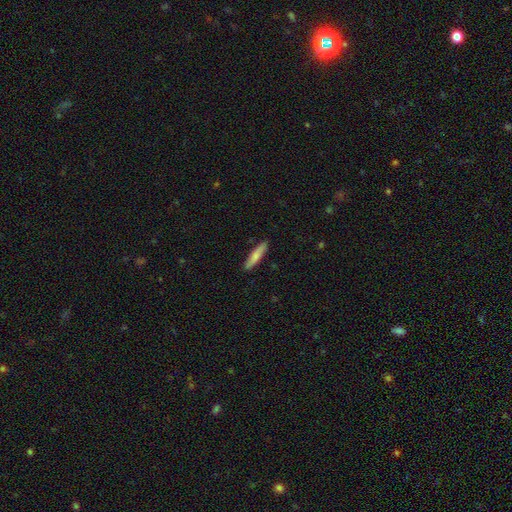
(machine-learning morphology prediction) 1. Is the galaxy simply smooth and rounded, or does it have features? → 74% smooth, 21% featured or disk, 5% star or artifact.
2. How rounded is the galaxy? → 86% cigar-shaped, 13% in between, 1% round.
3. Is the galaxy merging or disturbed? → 89% none, 9% minor disturbance, 2% major disturbance, 1% merger.